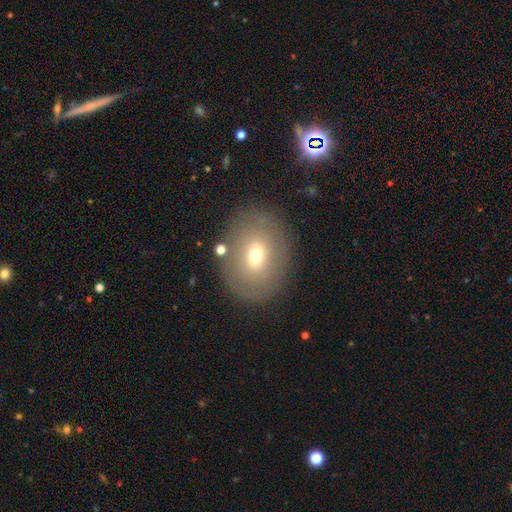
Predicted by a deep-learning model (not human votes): Smooth or featured? Predicted: smooth (p=0.61). How rounded? Predicted: in between (p=0.62). Merging? Predicted: none (p=0.82).